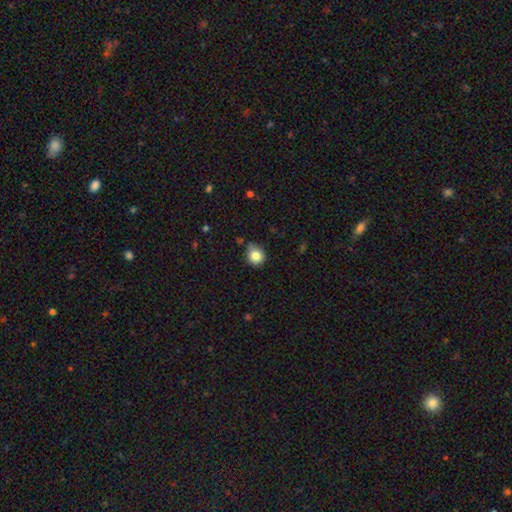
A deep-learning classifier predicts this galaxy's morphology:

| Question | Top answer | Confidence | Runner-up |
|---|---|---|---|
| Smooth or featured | smooth | 83% | star or artifact (11%) |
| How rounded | round | 82% | in between (17%) |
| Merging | none | 71% | minor disturbance (22%) |